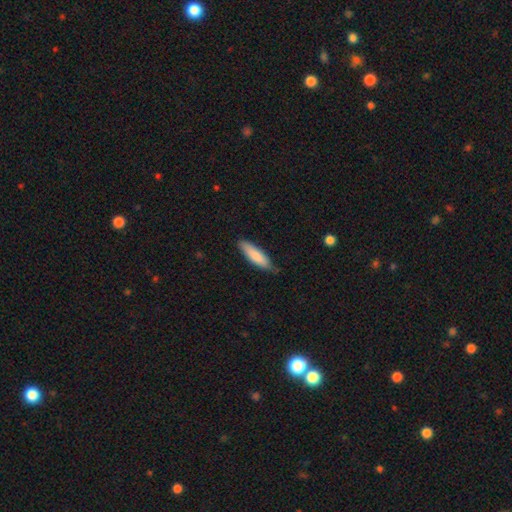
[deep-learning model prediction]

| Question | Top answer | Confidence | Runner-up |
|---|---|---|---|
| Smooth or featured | smooth | 83% | featured or disk (11%) |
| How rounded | cigar-shaped | 62% | in between (36%) |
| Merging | none | 77% | minor disturbance (19%) |